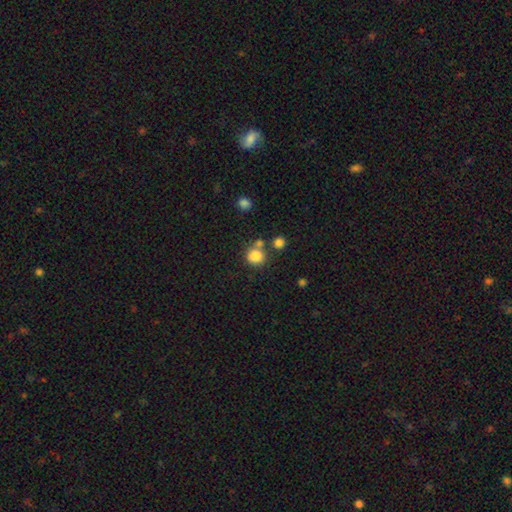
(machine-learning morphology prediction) smooth_or_featured: smooth (p=0.82) [alt: star or artifact p=0.11]
how_rounded: round (p=0.86) [alt: in between p=0.14]
merging: none (p=0.64) [alt: merger p=0.20]